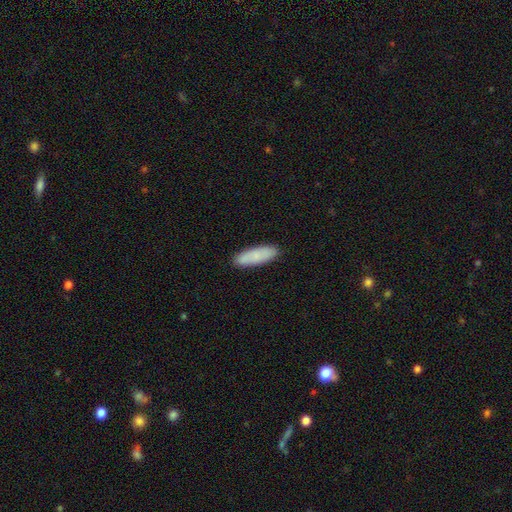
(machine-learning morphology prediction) type=smooth (80%); roundness=in between (51%); merging=none (87%).